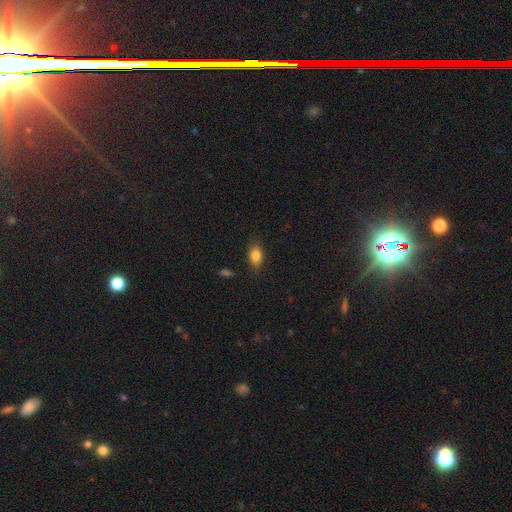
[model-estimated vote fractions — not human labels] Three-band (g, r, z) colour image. It shows a smooth galaxy with no disk features (84%) that is in between round and cigar-shaped (82%). Merging: none (84%).